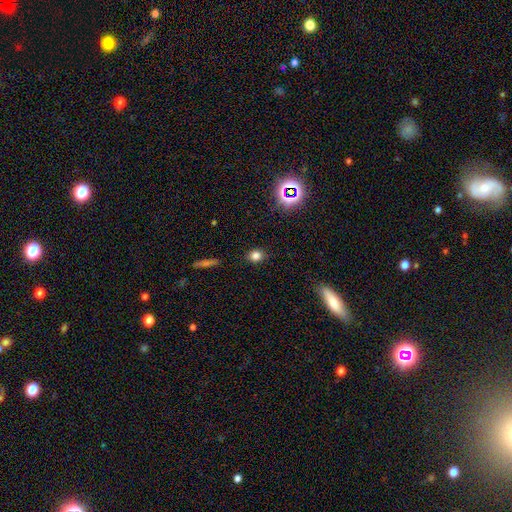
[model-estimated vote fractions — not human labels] A smooth galaxy with no disk features (77%) that is round (65%).

Vote fractions:
- Smooth or featured? smooth: 77% / star or artifact: 16% / featured or disk: 7%
- How rounded? round: 65% / in between: 34% / cigar-shaped: 2%
- Merging? none: 86% / minor disturbance: 10% / major disturbance: 3% / merger: 1%